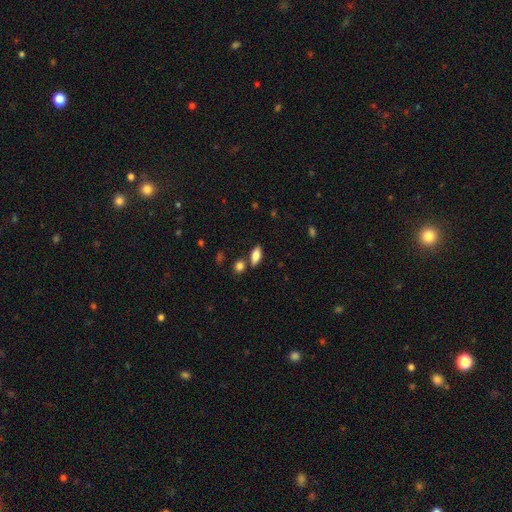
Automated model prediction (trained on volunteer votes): smooth 77%, featured or disk 15%, star or artifact 7%. Down the decision tree: how rounded — in between (82%); merging — none (77%).